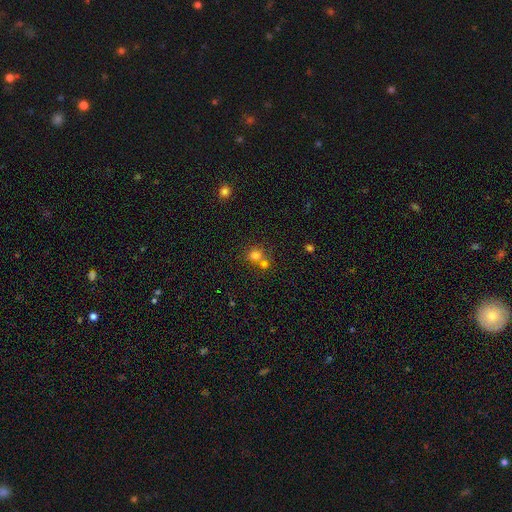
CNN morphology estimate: smooth_or_featured: smooth (p=0.76) [alt: star or artifact p=0.15]
how_rounded: round (p=0.83) [alt: in between p=0.16]
merging: none (p=0.47) [alt: merger p=0.43]